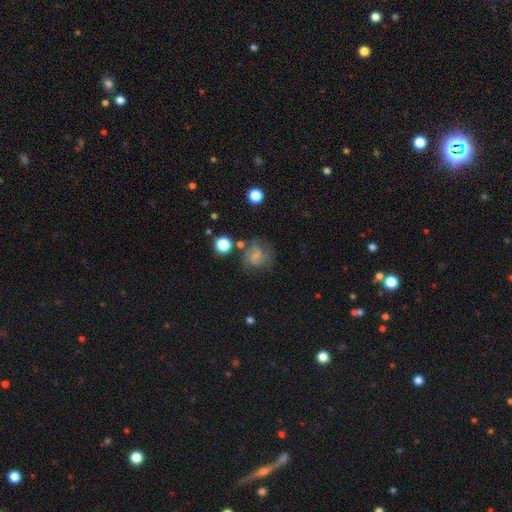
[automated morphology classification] This is possibly a featured or disk galaxy (53%). It is clearly not viewed edge-on (98%). Bar: possibly no (48%). Spiral arm pattern: clearly yes (83%). Central bulge: marginally small (45%). Merging: possibly none (57%).